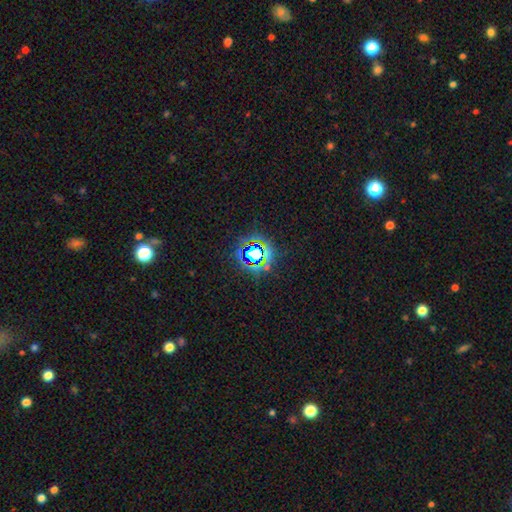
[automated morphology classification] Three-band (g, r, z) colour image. It shows a star or artifact, not a galaxy (71%).